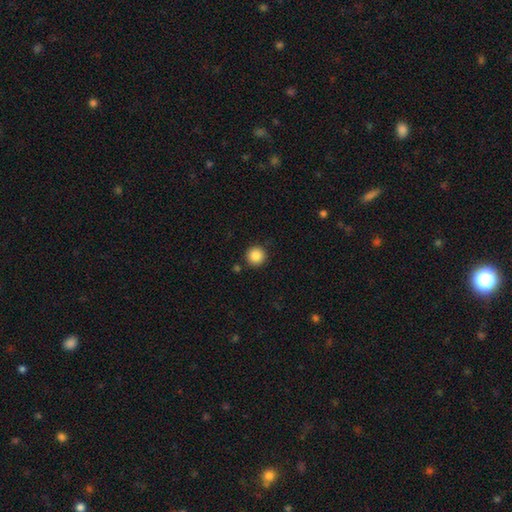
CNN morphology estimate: A smooth galaxy with no disk features (87%) that is round (96%). Merging: none (90%).